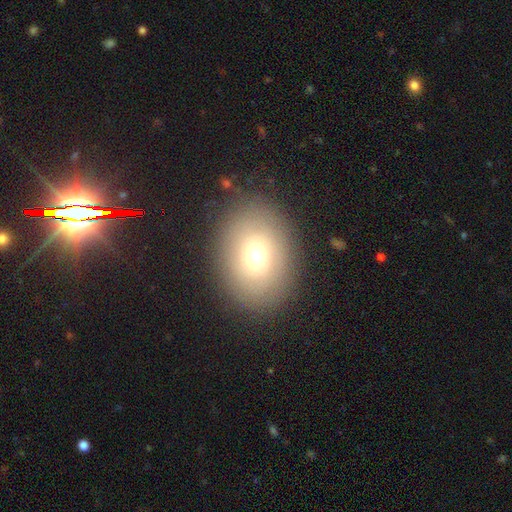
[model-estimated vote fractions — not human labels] Morphology: type=smooth (68%); roundness=in between (69%); merging=none (86%).